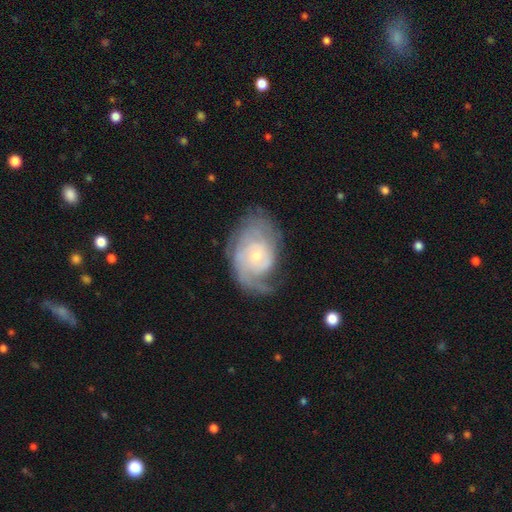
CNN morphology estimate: smooth_or_featured: featured or disk (p=0.79) [alt: smooth p=0.15]
disk_edge_on: no (p=0.97) [alt: yes p=0.03]
bar: no (p=0.74) [alt: weak p=0.23]
has_spiral_arms: yes (p=0.90) [alt: no p=0.10]
spiral_winding: tight (p=0.54) [alt: medium p=0.31]
spiral_arm_count: can't tell (p=0.38) [alt: 2 p=0.28]
bulge_size: small (p=0.67) [alt: moderate p=0.28]
merging: none (p=0.56) [alt: minor disturbance p=0.23]